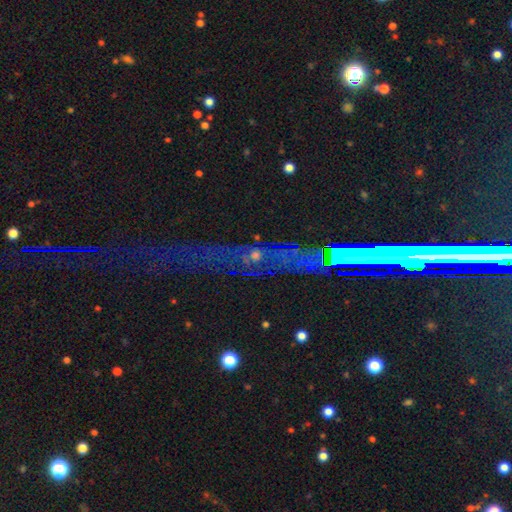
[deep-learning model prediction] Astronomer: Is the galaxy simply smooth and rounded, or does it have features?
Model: star or artifact — 59%.